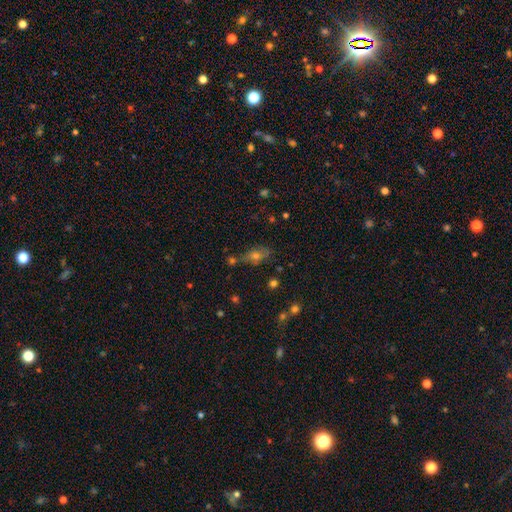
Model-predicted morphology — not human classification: This appears to be a smooth galaxy with no disk features (49%). Merging: none (59%).